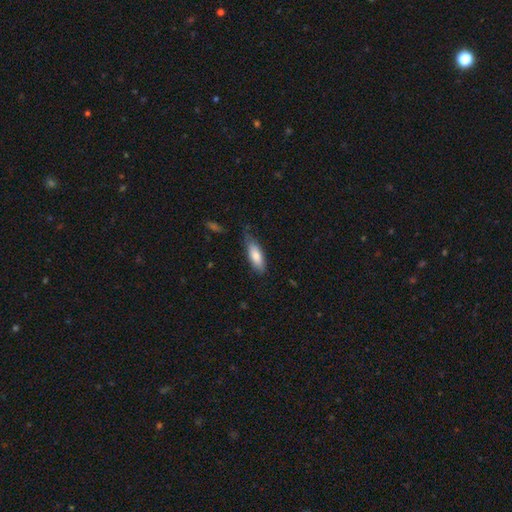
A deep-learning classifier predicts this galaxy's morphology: A smooth galaxy with no disk features (78%) that is in between round and cigar-shaped (64%).

Vote fractions:
- Smooth or featured? smooth: 78% / featured or disk: 16% / star or artifact: 6%
- How rounded? in between: 64% / cigar-shaped: 35% / round: 2%
- Merging? none: 64% / minor disturbance: 29% / major disturbance: 6% / merger: 2%